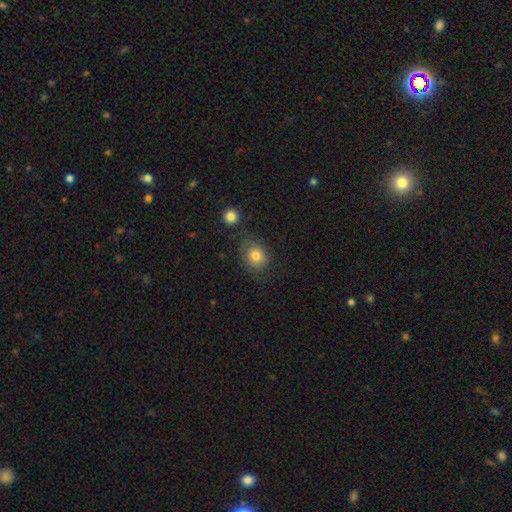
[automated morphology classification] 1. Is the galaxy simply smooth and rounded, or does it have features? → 73% smooth, 17% featured or disk, 10% star or artifact.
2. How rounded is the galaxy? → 58% round, 41% in between, 1% cigar-shaped.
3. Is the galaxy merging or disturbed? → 63% none, 22% minor disturbance, 11% major disturbance, 4% merger.